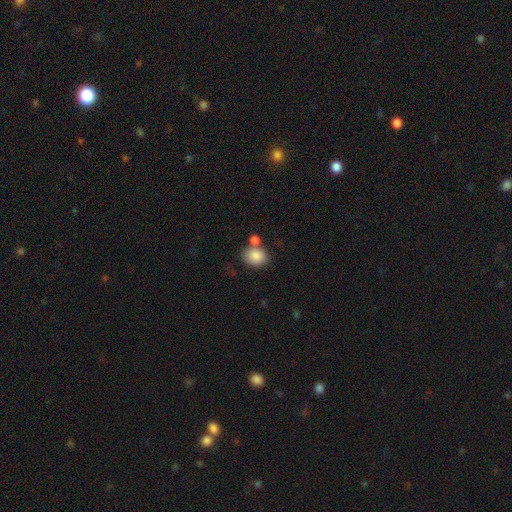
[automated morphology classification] type=smooth (86%); roundness=round (54%); merging=none (59%).